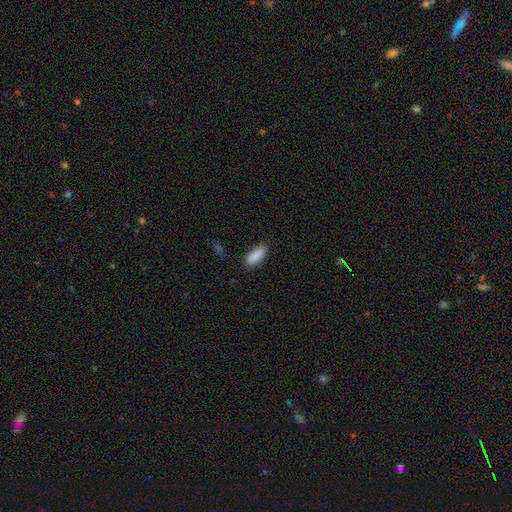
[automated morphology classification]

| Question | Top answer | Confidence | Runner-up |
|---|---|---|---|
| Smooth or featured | smooth | 88% | star or artifact (7%) |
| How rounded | in between | 66% | cigar-shaped (33%) |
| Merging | none | 80% | minor disturbance (15%) |